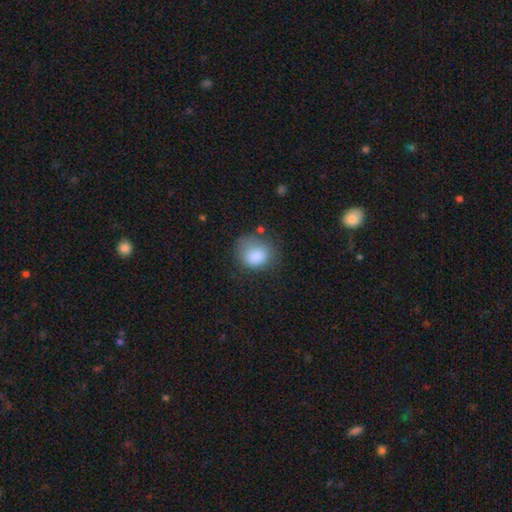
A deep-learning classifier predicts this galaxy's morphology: Overall: smooth (84%). How rounded: round (70%). Merging: none (57%; minor disturbance 26%).